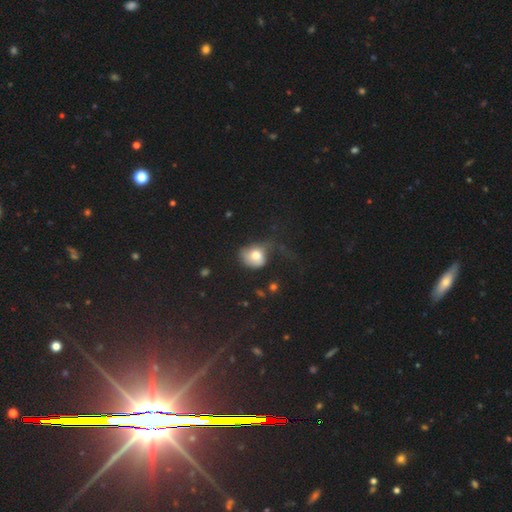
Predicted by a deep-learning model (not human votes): The model was most divided on "merging": major disturbance: 42%, minor disturbance: 28%, none: 27%, merger: 3%. More confident: smooth or featured — smooth (69%); how rounded — round (62%).